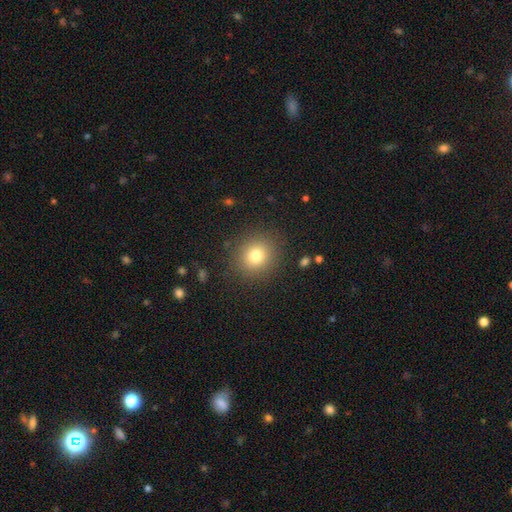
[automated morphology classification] A smooth galaxy with no disk features (79%) that is round (86%).

Vote fractions:
- Smooth or featured? smooth: 79% / star or artifact: 13% / featured or disk: 9%
- How rounded? round: 86% / in between: 13% / cigar-shaped: 1%
- Merging? none: 88% / minor disturbance: 7% / major disturbance: 3% / merger: 1%